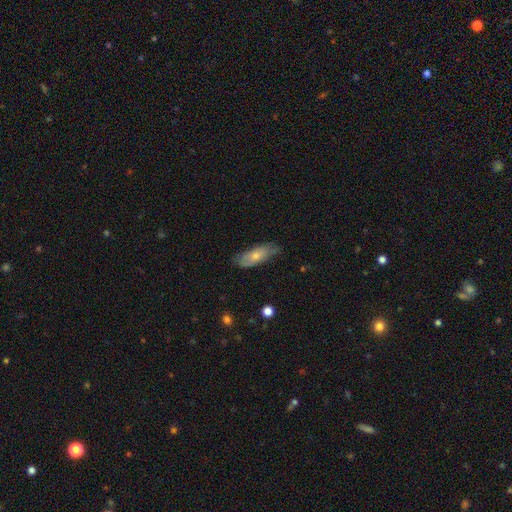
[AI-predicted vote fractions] Q: Smooth or featured?
A: smooth (64%); runner-up: featured or disk (30%)
Q: How rounded?
A: in between (73%); runner-up: cigar-shaped (25%)
Q: Merging?
A: none (68%); runner-up: minor disturbance (25%)